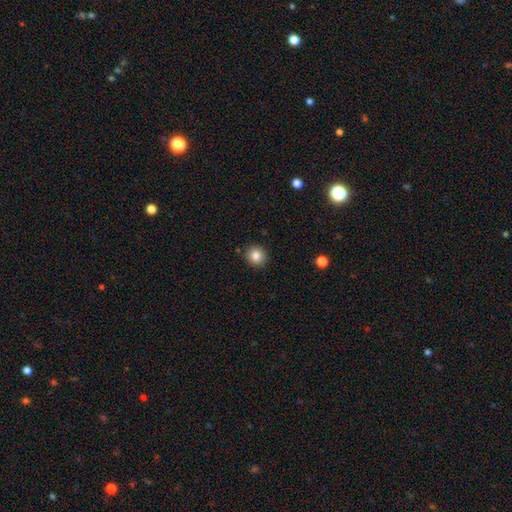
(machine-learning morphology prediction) smooth_or_featured: smooth (p=0.83) [alt: star or artifact p=0.10]
how_rounded: round (p=0.89) [alt: in between p=0.10]
merging: none (p=0.91) [alt: minor disturbance p=0.06]